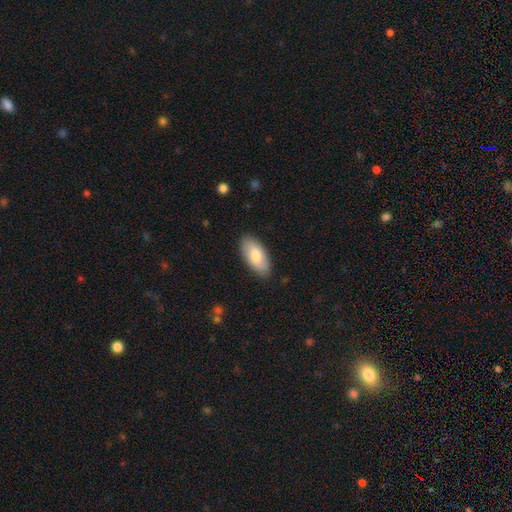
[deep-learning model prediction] Smooth or featured? Predicted: smooth (p=0.78). How rounded? Predicted: in between (p=0.92). Merging? Predicted: none (p=0.87).